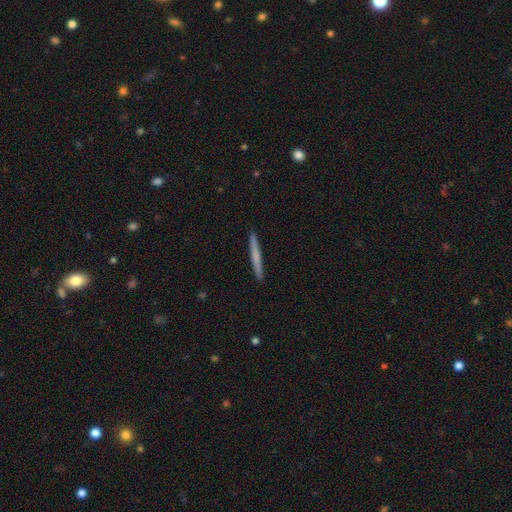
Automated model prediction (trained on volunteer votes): A smooth galaxy with no disk features (56%) that is cigar-shaped (97%).

Vote fractions:
- Smooth or featured? smooth: 56% / featured or disk: 38% / star or artifact: 5%
- How rounded? cigar-shaped: 97% / in between: 2% / round: 1%
- Merging? none: 93% / minor disturbance: 5% / major disturbance: 1% / merger: 1%